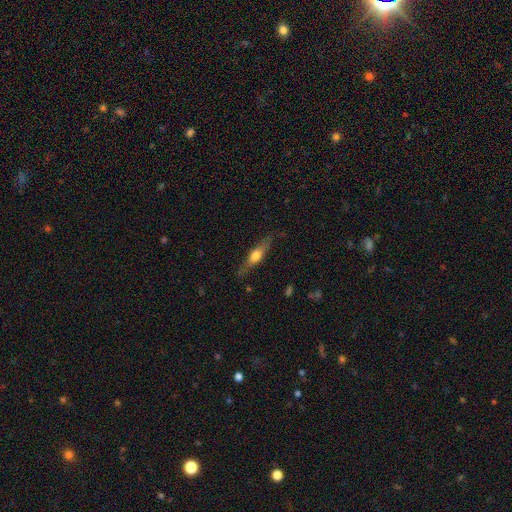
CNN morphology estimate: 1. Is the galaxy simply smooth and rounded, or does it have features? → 49% featured or disk, 45% smooth, 6% star or artifact.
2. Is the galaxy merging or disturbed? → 78% none, 16% minor disturbance, 4% major disturbance, 1% merger.